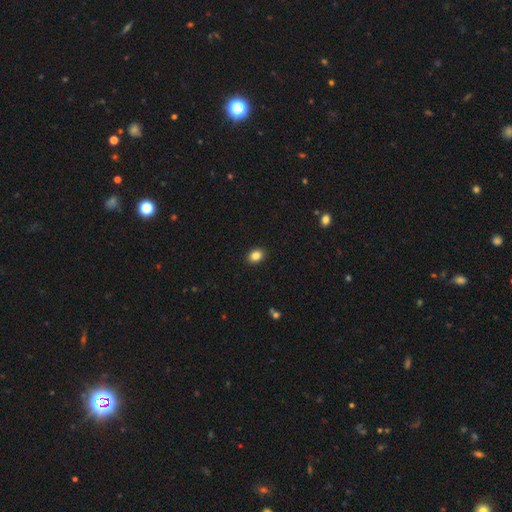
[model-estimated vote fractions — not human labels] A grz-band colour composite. It shows a smooth galaxy with no disk features (86%) that is in between round and cigar-shaped (56%). Merging: none (91%).